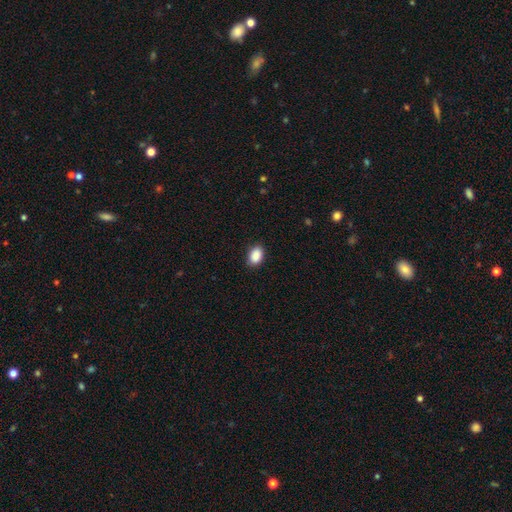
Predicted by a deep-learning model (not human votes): smooth_or_featured: smooth (p=0.90) [alt: star or artifact p=0.07]
how_rounded: in between (p=0.85) [alt: round p=0.14]
merging: none (p=0.87) [alt: minor disturbance p=0.10]